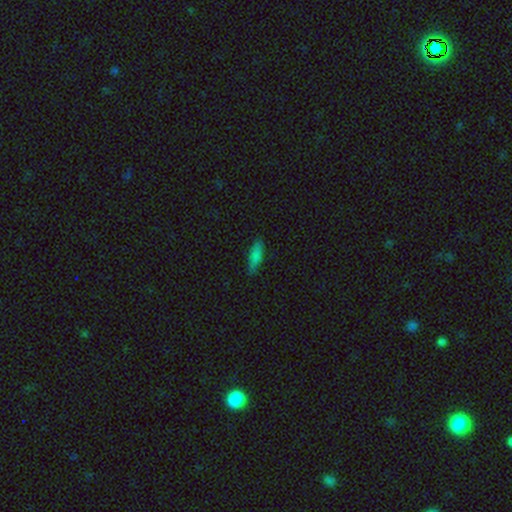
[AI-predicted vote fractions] This is clearly a smooth galaxy (81%). How rounded: possibly cigar-shaped (50%). Merging: clearly none (84%).